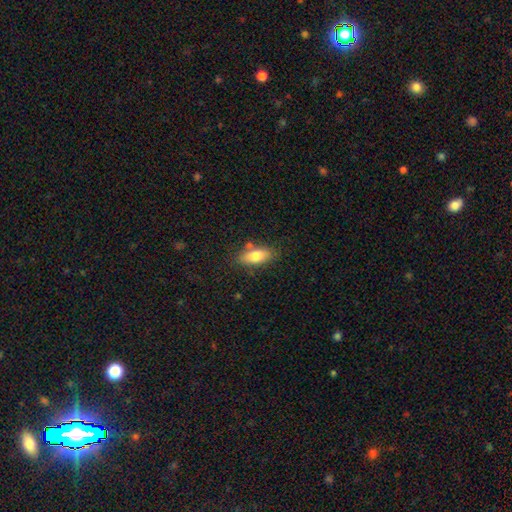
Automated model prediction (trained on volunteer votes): Smooth or featured: smooth — 77% (featured or disk — 16%)
How rounded: in between — 84% (cigar-shaped — 13%)
Merging: none — 74% (minor disturbance — 15%)